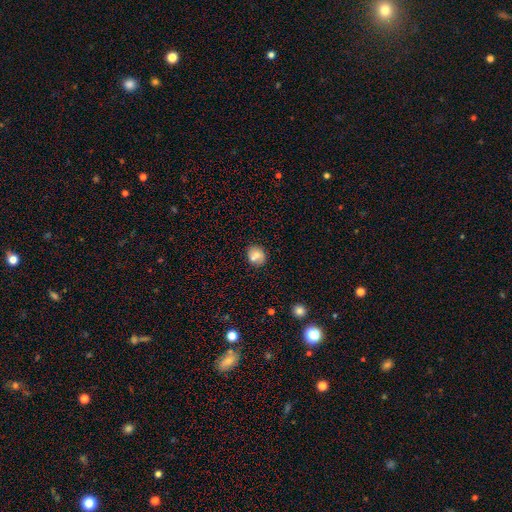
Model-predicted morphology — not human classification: Smooth or featured? Predicted: smooth (p=0.69). How rounded? Predicted: round (p=0.73). Merging? Predicted: none (p=0.70).